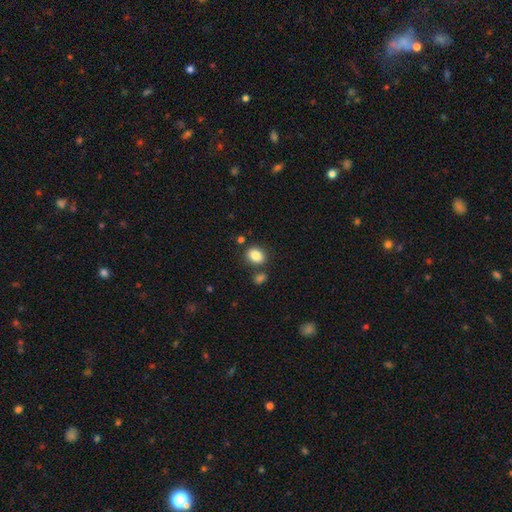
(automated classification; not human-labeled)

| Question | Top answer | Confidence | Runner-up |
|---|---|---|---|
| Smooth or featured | smooth | 85% | star or artifact (9%) |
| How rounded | in between | 58% | round (41%) |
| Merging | none | 74% | minor disturbance (11%) |